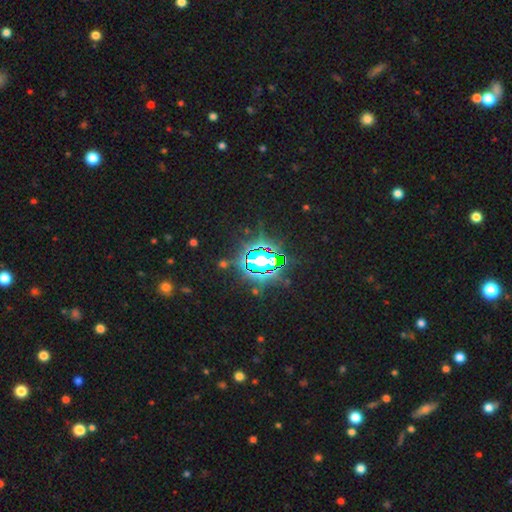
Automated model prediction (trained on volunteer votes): Smooth or featured?
  - star or artifact: 81% *
  - smooth: 12%
  - featured or disk: 7%